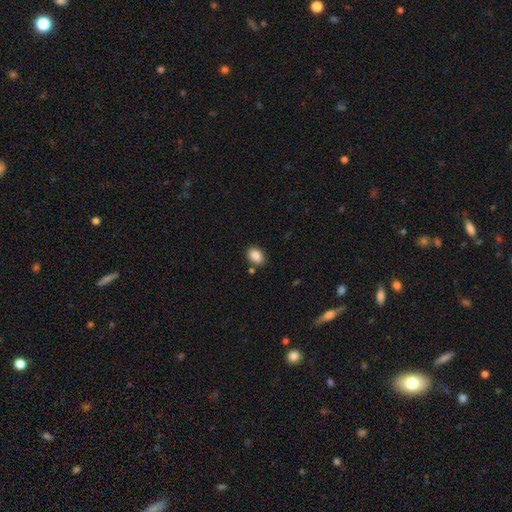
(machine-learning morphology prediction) smooth 88%, star or artifact 8%, featured or disk 4%. Down the decision tree: how rounded — in between (79%); merging — none (78%).